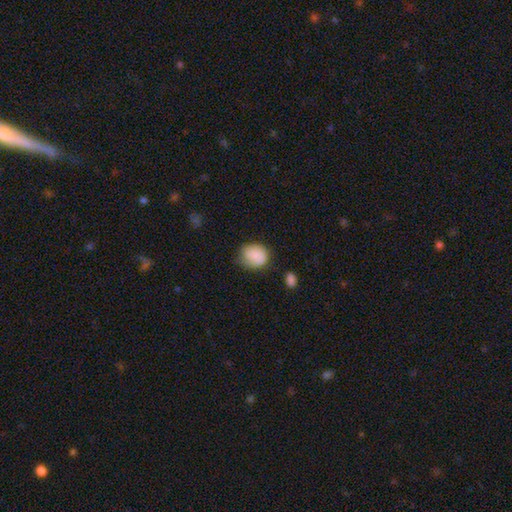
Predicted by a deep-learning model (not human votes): A smooth galaxy with no disk features (75%) that is round (63%).

Vote fractions:
- Smooth or featured? smooth: 75% / featured or disk: 17% / star or artifact: 8%
- How rounded? round: 63% / in between: 36% / cigar-shaped: 1%
- Merging? none: 64% / minor disturbance: 26% / major disturbance: 7% / merger: 3%